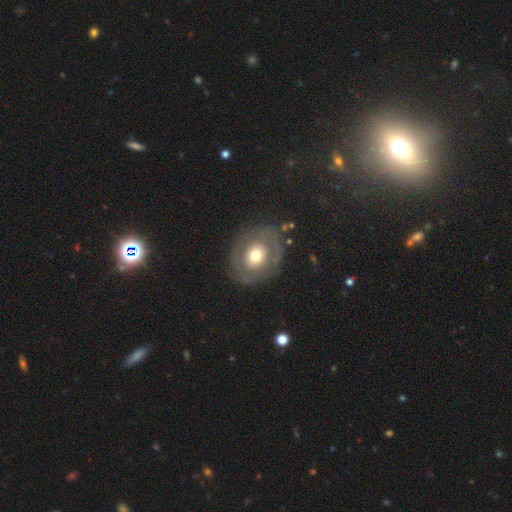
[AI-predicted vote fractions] A smooth galaxy with no disk features (51%) that is round (57%).

Vote fractions:
- Smooth or featured? smooth: 51% / featured or disk: 41% / star or artifact: 8%
- How rounded? round: 57% / in between: 42% / cigar-shaped: 1%
- Merging? none: 78% / minor disturbance: 13% / major disturbance: 7% / merger: 2%